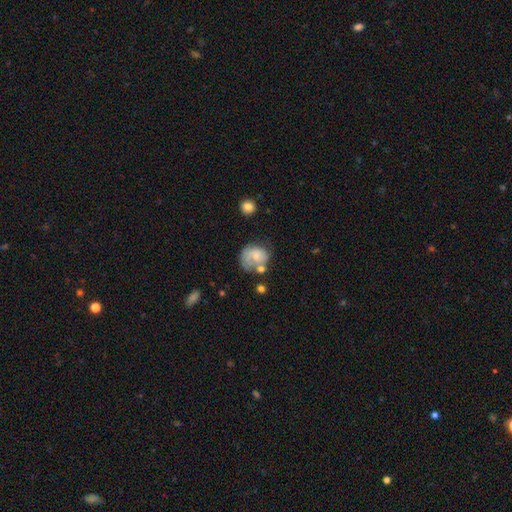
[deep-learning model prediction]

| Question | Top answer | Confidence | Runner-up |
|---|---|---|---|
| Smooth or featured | smooth | 50% | featured or disk (42%) |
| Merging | none | 38% | minor disturbance (26%) |